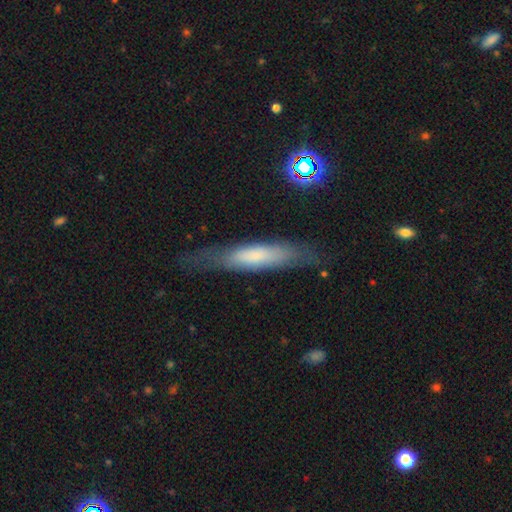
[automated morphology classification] This is possibly a smooth galaxy (59%). How rounded: clearly cigar-shaped (80%). Merging: likely none (74%).